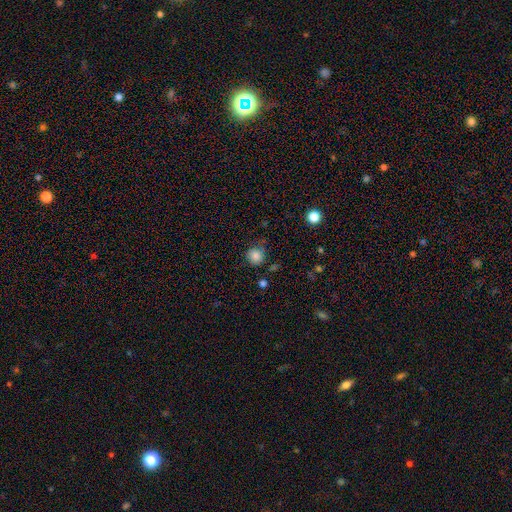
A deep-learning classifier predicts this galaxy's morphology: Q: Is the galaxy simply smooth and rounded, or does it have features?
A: smooth — 83%.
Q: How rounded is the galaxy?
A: round — 87%.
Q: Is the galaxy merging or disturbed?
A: none — 69%.